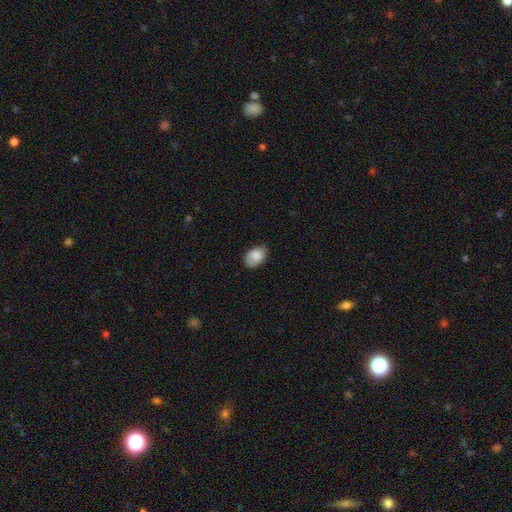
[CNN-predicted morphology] This is clearly a smooth galaxy (83%). How rounded: clearly in between (81%). Merging: likely none (65%).